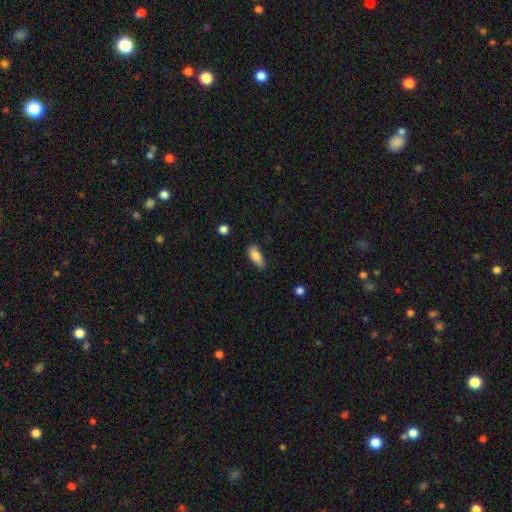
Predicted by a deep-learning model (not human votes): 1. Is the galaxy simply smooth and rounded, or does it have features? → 81% smooth, 12% featured or disk, 7% star or artifact.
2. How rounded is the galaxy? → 81% in between, 16% cigar-shaped, 3% round.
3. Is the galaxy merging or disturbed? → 65% none, 28% minor disturbance, 5% major disturbance, 2% merger.